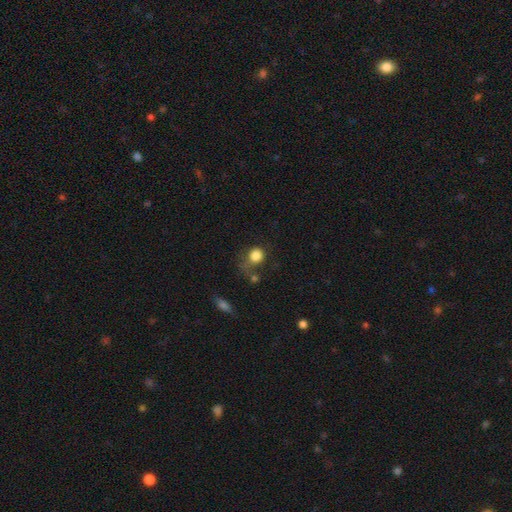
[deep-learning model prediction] smooth_or_featured: smooth (p=0.83) [alt: star or artifact p=0.10]
how_rounded: round (p=0.79) [alt: in between p=0.20]
merging: none (p=0.47) [alt: minor disturbance p=0.23]